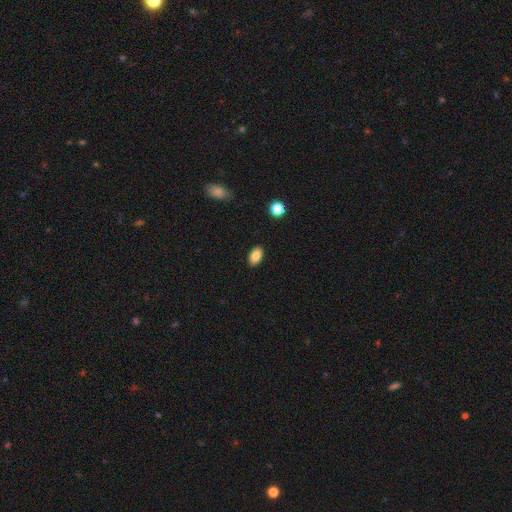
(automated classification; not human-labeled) smooth 84%, star or artifact 8%, featured or disk 8%. Down the decision tree: how rounded — in between (92%); merging — none (89%).